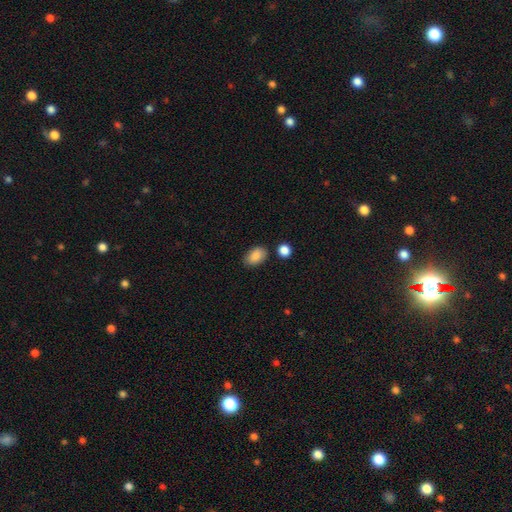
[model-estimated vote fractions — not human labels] Morphology: type=smooth (87%); roundness=in between (89%); merging=none (79%).